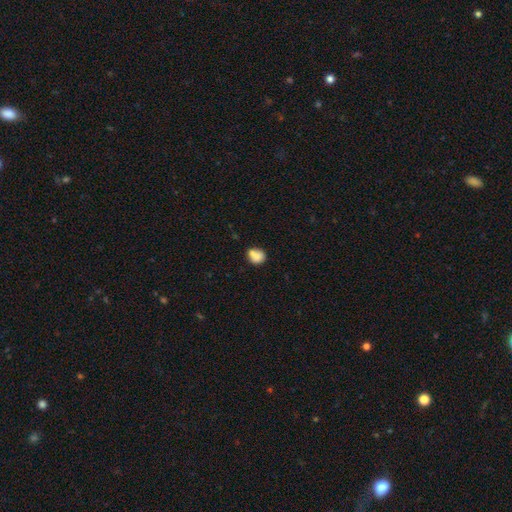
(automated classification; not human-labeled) Morphology: type=smooth (79%); roundness=round (61%); merging=none (43%).